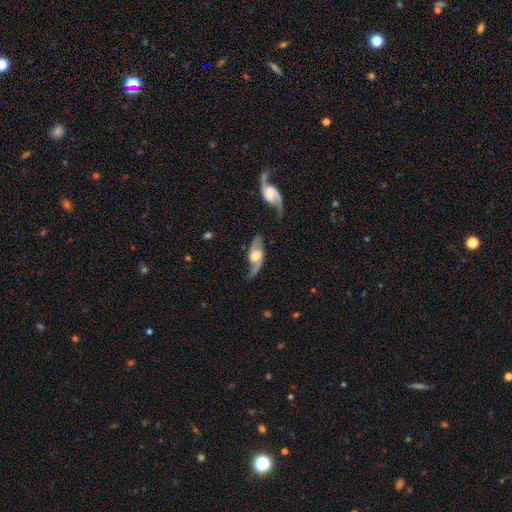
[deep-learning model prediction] The model was most divided on "bar": no: 55%, weak: 34%, strong: 11%. More confident: spiral arms — yes (91%); edge-on disk — no (88%); spiral arm count — 2 (85%); smooth or featured — featured or disk (81%); bulge size — moderate (64%); merging — none (60%); spiral winding — loose (57%).